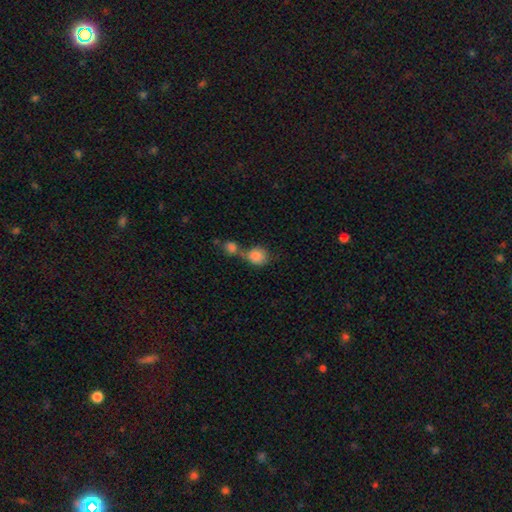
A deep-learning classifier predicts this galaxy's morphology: This appears to be a smooth galaxy with no disk features (86%) that is round (72%). Merging: merger (57%).